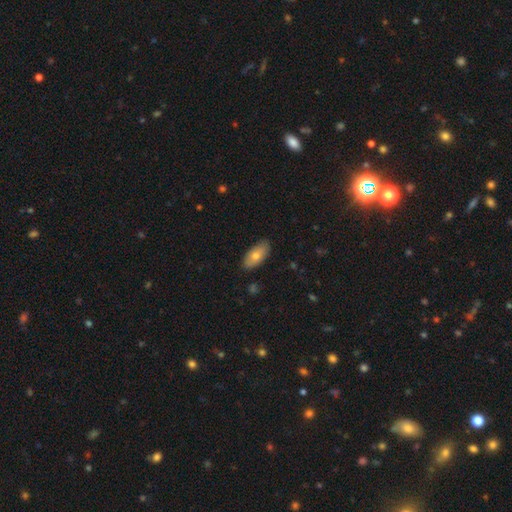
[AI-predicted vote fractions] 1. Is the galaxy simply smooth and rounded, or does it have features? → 71% smooth, 23% featured or disk, 6% star or artifact.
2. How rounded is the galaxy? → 89% in between, 8% cigar-shaped, 3% round.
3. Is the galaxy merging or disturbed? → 86% none, 11% minor disturbance, 2% major disturbance, 1% merger.